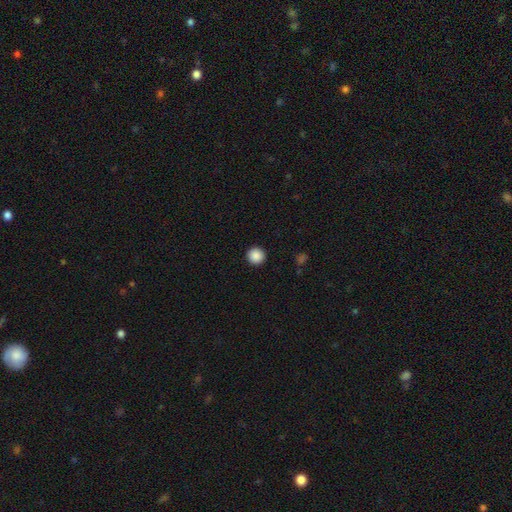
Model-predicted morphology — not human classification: The model was most divided on "smooth or featured": smooth: 89%, star or artifact: 9%, featured or disk: 3%. More confident: how rounded — round (96%); merging — none (93%).